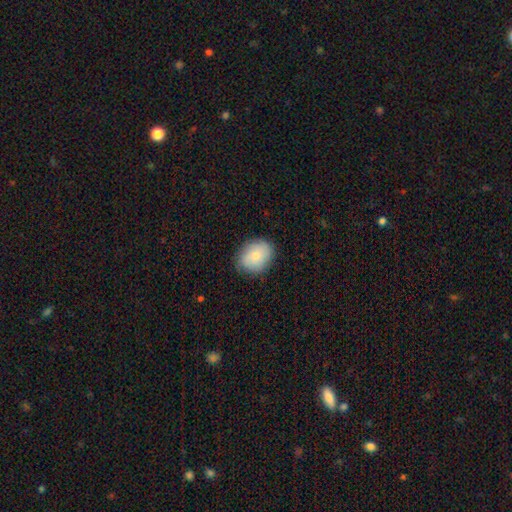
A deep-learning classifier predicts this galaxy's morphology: The model was most divided on "how rounded": round: 51%, in between: 48%, cigar-shaped: 1%. More confident: merging — none (80%); smooth or featured — smooth (77%).